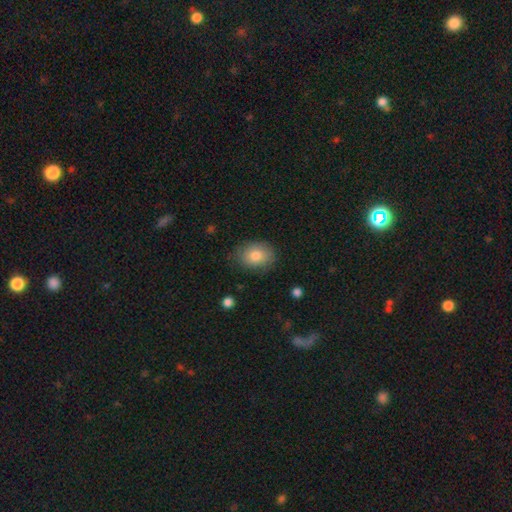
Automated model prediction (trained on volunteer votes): smooth-or-featured: smooth: 81% | featured or disk: 11% | star or artifact: 8%
  how-rounded: in between: 70% | round: 29% | cigar-shaped: 1%
  merging: none: 79% | minor disturbance: 16% | major disturbance: 4% | merger: 1%